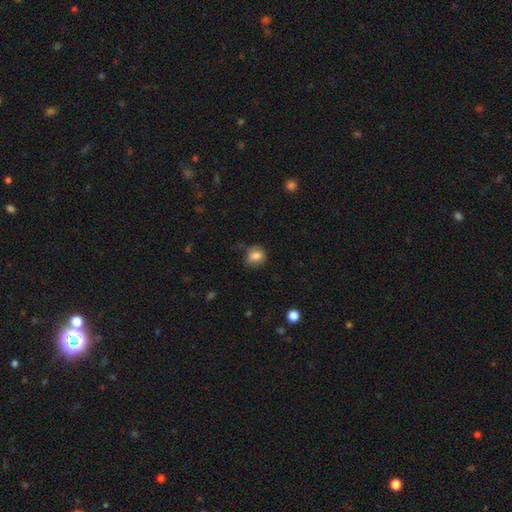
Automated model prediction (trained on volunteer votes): Q: Smooth or featured?
A: smooth (82%); runner-up: star or artifact (9%)
Q: How rounded?
A: round (62%); runner-up: in between (37%)
Q: Merging?
A: none (60%); runner-up: minor disturbance (28%)